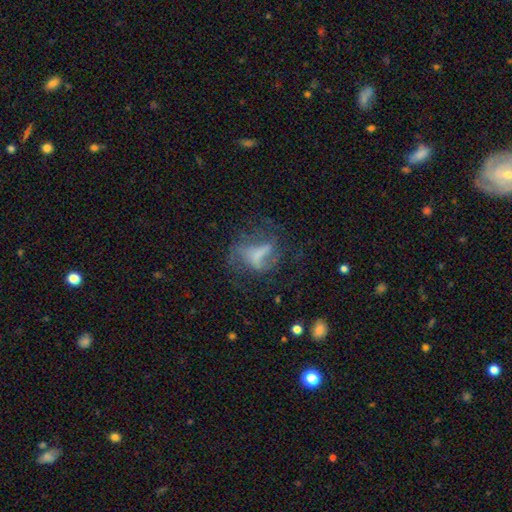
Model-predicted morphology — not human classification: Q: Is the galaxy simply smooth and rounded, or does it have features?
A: featured or disk — 59%.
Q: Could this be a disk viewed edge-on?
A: no — 95%.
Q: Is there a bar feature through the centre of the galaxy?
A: no — 37%.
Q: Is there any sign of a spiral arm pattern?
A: yes — 57%.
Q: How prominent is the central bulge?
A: none — 50%.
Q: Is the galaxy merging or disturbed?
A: major disturbance — 41%.